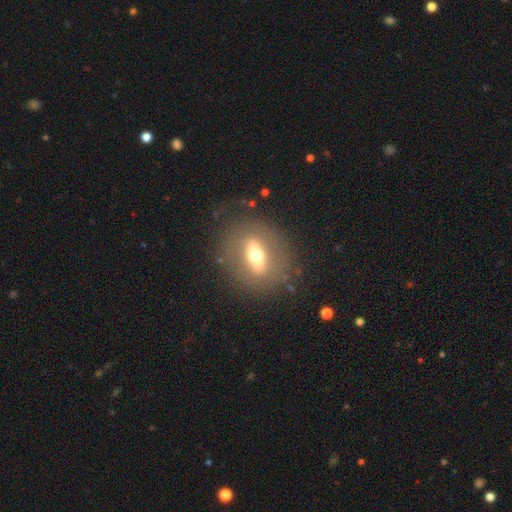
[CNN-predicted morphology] Smooth or featured? Predicted: featured or disk (p=0.54). Edge-on disk? Predicted: no (p=0.62). Merging? Predicted: none (p=0.78).